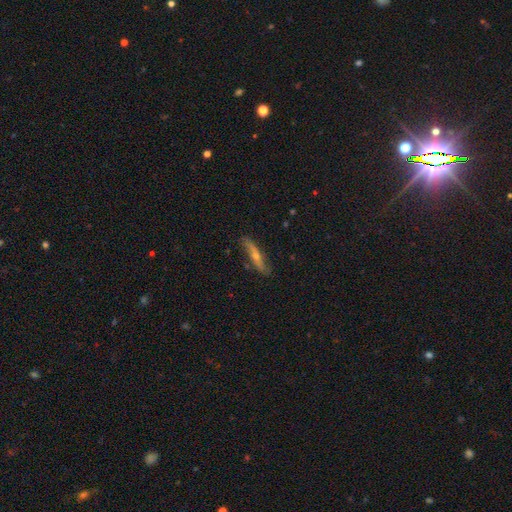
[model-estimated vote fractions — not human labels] Smooth or featured? Predicted: featured or disk (p=0.59). Edge-on disk? Predicted: yes (p=0.74). Merging? Predicted: none (p=0.78).